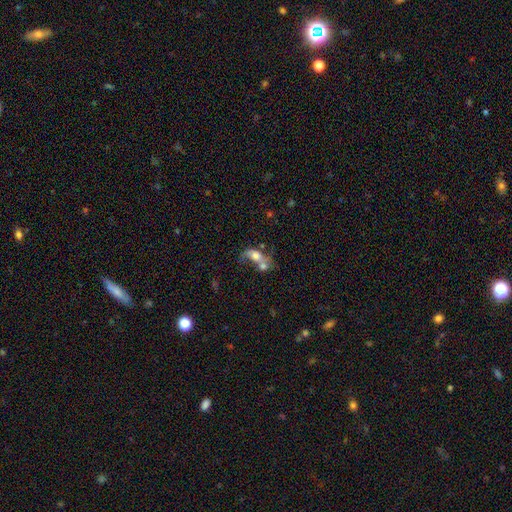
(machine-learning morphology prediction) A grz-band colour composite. It shows a smooth galaxy with no disk features (56%) that is in between round and cigar-shaped (69%). Merging: merger (68%).